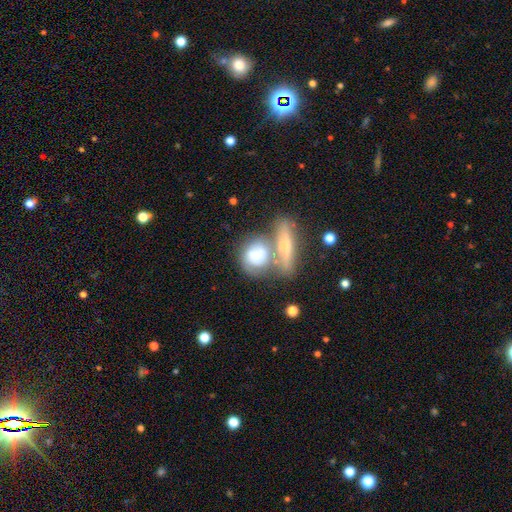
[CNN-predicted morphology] A smooth galaxy with no disk features (51%) that is round (62%). Merging: merger (43%).